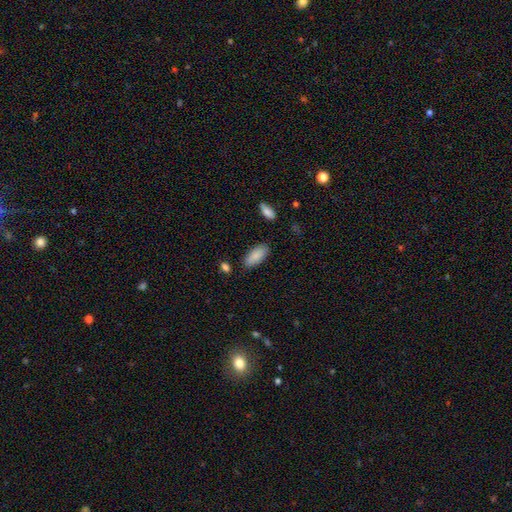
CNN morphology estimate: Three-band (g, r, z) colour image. It shows a smooth galaxy with no disk features (87%) that is in between round and cigar-shaped (88%). Merging: none (84%).